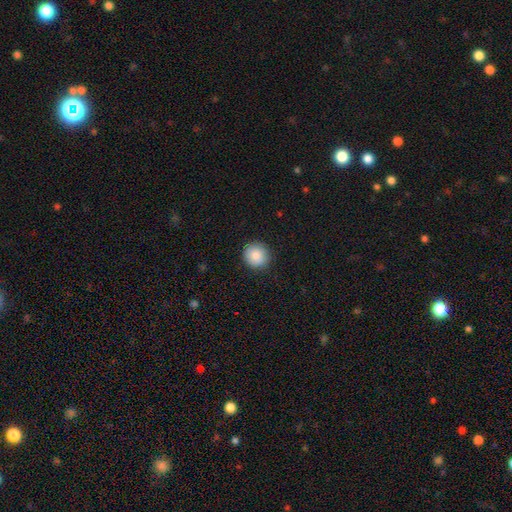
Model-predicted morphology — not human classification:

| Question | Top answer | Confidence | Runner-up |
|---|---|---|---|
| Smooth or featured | smooth | 86% | star or artifact (8%) |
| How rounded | round | 93% | in between (6%) |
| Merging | none | 90% | minor disturbance (7%) |